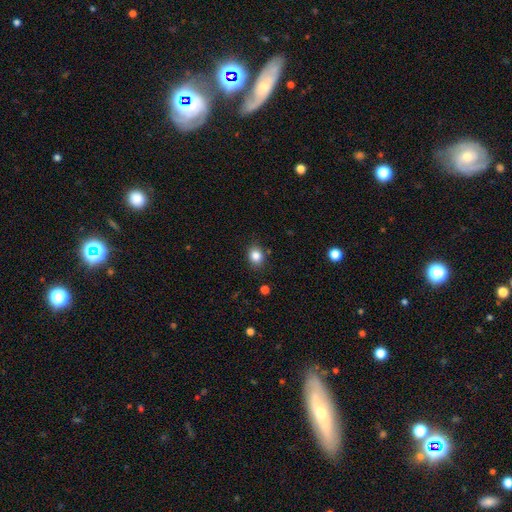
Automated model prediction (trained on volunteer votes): Overall: smooth (84%). How rounded: round (50%; in between 49%). Merging: none (84%).